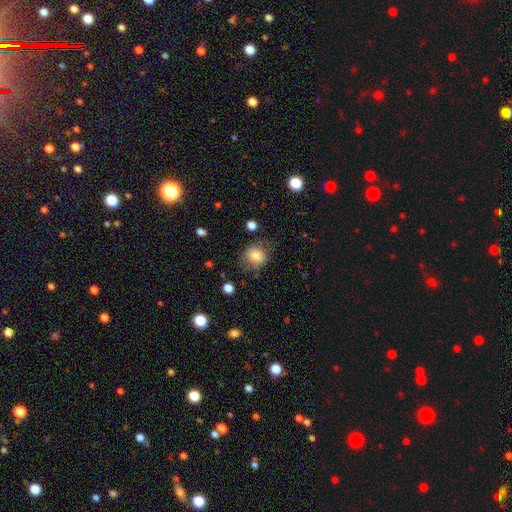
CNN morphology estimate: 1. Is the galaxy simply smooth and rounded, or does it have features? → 74% smooth, 16% featured or disk, 9% star or artifact.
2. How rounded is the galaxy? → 65% round, 34% in between, 1% cigar-shaped.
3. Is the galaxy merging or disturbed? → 67% none, 21% minor disturbance, 10% major disturbance, 2% merger.